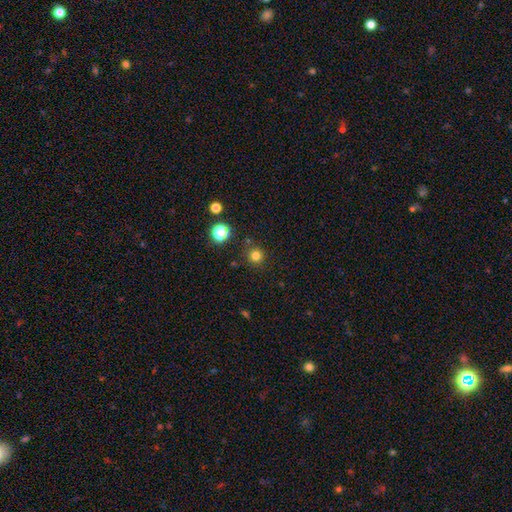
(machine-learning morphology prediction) This appears to be a smooth galaxy with no disk features (78%) that is round (95%). Merging: none (87%).